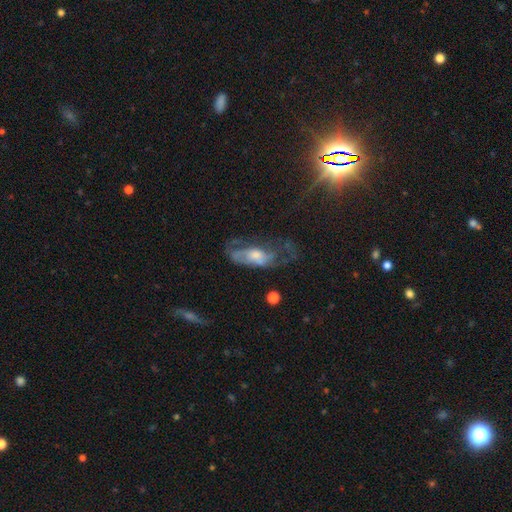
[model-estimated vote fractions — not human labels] Morphology: type=featured or disk (57%); edge-on=no (84%); merging=major disturbance (41%).